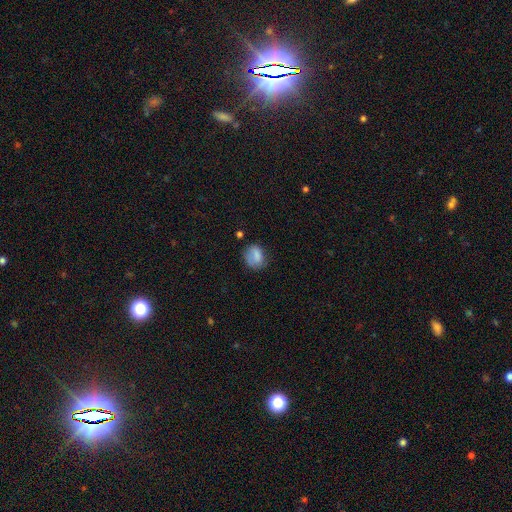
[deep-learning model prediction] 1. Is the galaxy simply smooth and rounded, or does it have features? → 78% smooth, 13% featured or disk, 9% star or artifact.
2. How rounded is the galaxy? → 53% round, 46% in between, 1% cigar-shaped.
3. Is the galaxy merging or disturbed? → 58% none, 28% minor disturbance, 12% major disturbance, 3% merger.